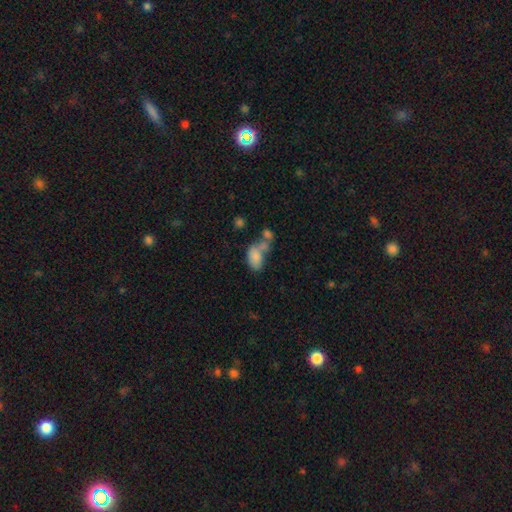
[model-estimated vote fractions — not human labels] Smooth or featured? Predicted: smooth (p=0.77). How rounded? Predicted: in between (p=0.90). Merging? Predicted: merger (p=0.44).